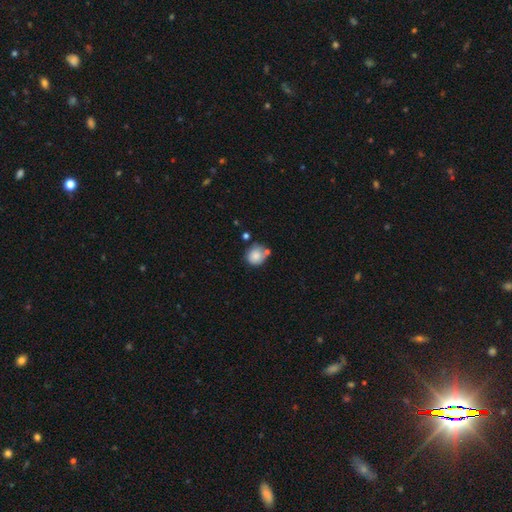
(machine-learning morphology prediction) This is clearly a smooth galaxy (84%). How rounded: clearly round (82%). Merging: possibly none (58%).